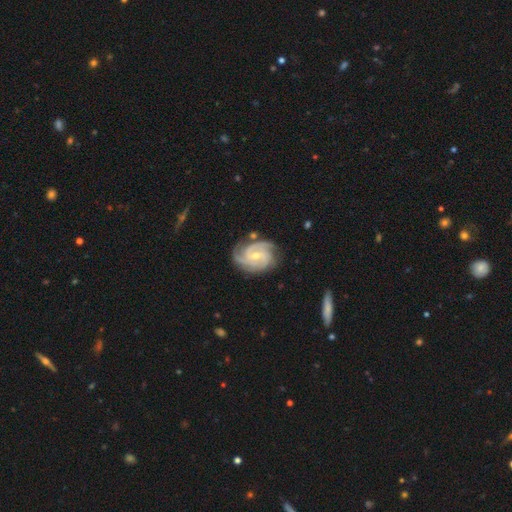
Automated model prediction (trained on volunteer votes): Q: Smooth or featured?
A: featured or disk (90%); runner-up: smooth (5%)
Q: Edge-on disk?
A: no (98%); runner-up: yes (2%)
Q: Bar?
A: no (54%); runner-up: weak (37%)
Q: Spiral arms?
A: yes (98%); runner-up: no (2%)
Q: Spiral winding?
A: tight (60%); runner-up: medium (35%)
Q: Spiral arm count?
A: 3 (53%); runner-up: 4 (17%)
Q: Bulge size?
A: small (51%); runner-up: moderate (46%)
Q: Merging?
A: none (74%); runner-up: minor disturbance (19%)